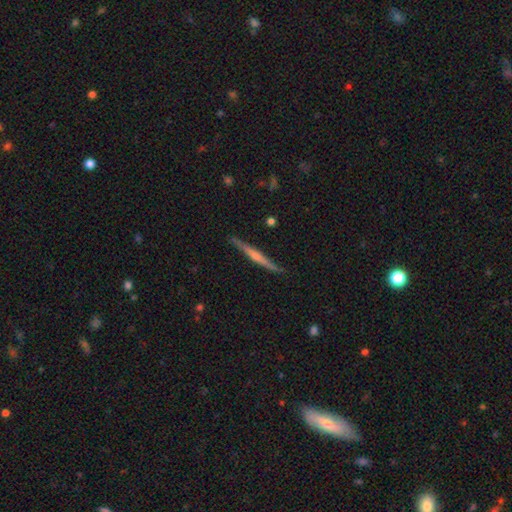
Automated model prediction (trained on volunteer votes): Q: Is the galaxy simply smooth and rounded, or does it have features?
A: featured or disk — 72%.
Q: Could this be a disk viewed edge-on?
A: yes — 97%.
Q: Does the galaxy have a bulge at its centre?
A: rounded — 73%.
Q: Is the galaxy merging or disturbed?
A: none — 89%.